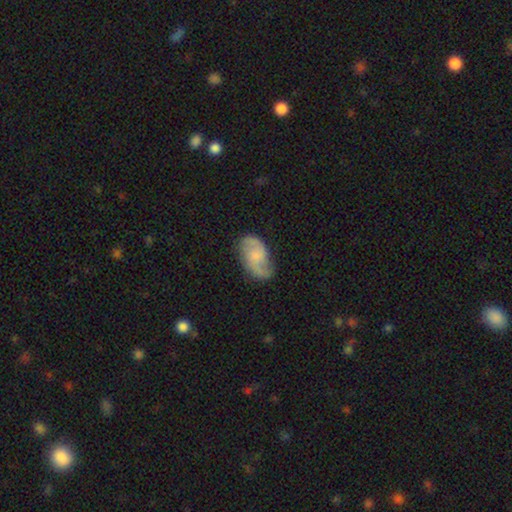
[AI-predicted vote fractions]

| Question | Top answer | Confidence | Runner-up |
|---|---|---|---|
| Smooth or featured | featured or disk | 72% | smooth (22%) |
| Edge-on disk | no | 97% | yes (3%) |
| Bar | no | 59% | weak (35%) |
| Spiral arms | yes | 94% | no (6%) |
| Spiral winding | medium | 44% | loose (41%) |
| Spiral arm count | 2 | 89% | can't tell (4%) |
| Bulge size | small | 37% | none (29%) |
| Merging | none | 72% | minor disturbance (19%) |